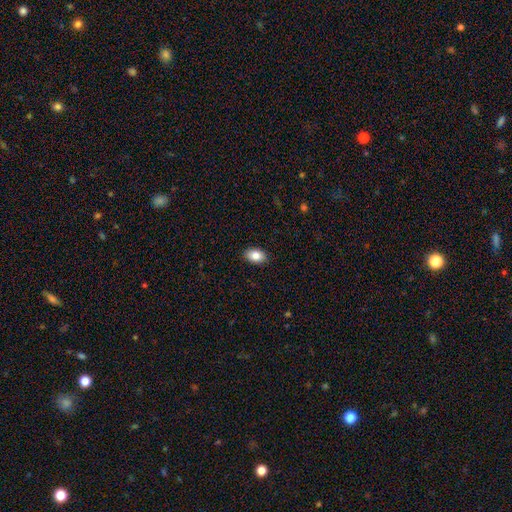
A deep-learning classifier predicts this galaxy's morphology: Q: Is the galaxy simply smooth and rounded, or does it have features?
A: smooth — 84%.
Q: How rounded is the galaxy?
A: in between — 88%.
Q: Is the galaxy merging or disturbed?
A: none — 90%.